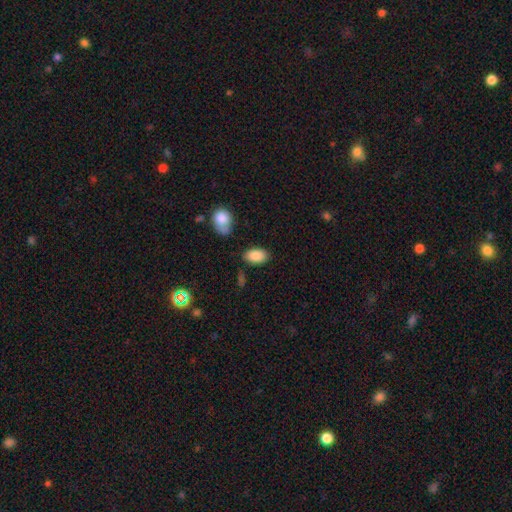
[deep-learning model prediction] The model was most divided on "merging": none: 80%, minor disturbance: 13%, merger: 4%, major disturbance: 3%. More confident: how rounded — in between (91%); smooth or featured — smooth (87%).